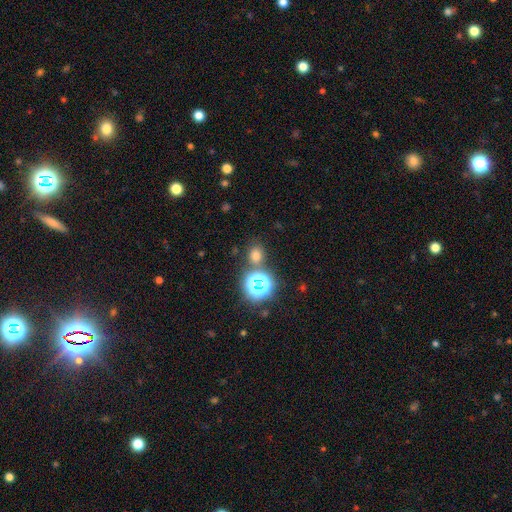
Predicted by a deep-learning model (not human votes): Smooth or featured? smooth (66%)
How rounded? round (69%)
Merging? none (77%)